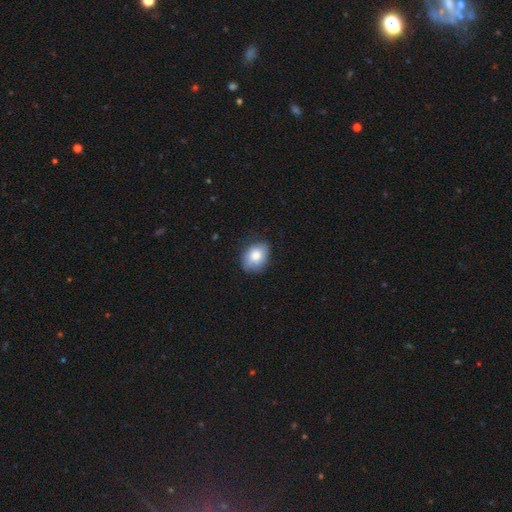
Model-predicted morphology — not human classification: A smooth galaxy with no disk features (81%) that is in between round and cigar-shaped (67%).

Vote fractions:
- Smooth or featured? smooth: 81% / featured or disk: 12% / star or artifact: 7%
- How rounded? in between: 67% / round: 32% / cigar-shaped: 1%
- Merging? none: 72% / minor disturbance: 22% / major disturbance: 5% / merger: 1%